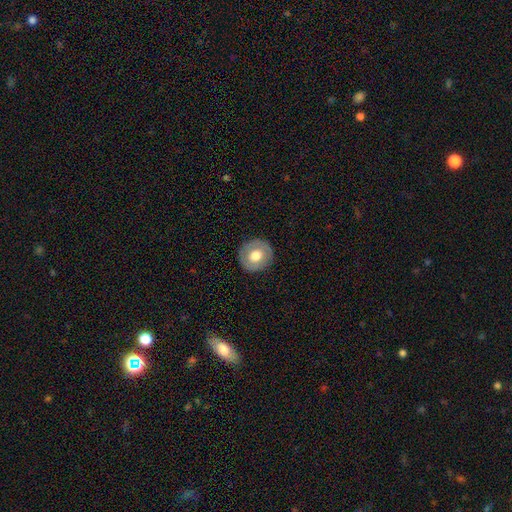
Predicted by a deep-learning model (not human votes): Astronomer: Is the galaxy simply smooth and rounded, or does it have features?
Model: smooth — 60%.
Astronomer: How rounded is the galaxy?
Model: round — 89%.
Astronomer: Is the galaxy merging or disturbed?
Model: none — 88%.